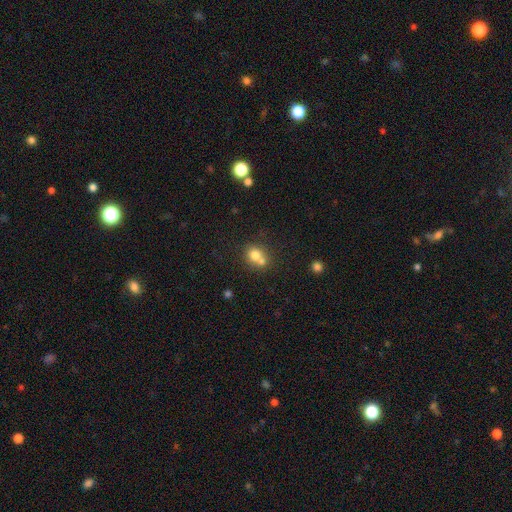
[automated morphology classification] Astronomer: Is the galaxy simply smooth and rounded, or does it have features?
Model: smooth — 75%.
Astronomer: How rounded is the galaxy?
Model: round — 75%.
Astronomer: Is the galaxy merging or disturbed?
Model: merger — 51% (runner-up: none, 38%).